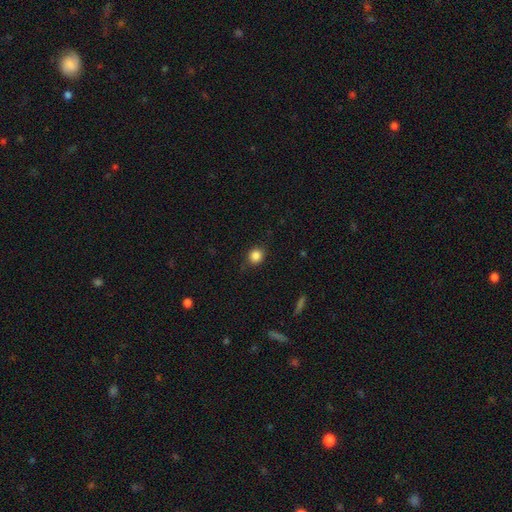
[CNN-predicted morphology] smooth-or-featured: smooth: 85% | star or artifact: 10% | featured or disk: 5%
  how-rounded: round: 82% | in between: 17% | cigar-shaped: 1%
  merging: none: 78% | minor disturbance: 16% | major disturbance: 4% | merger: 1%